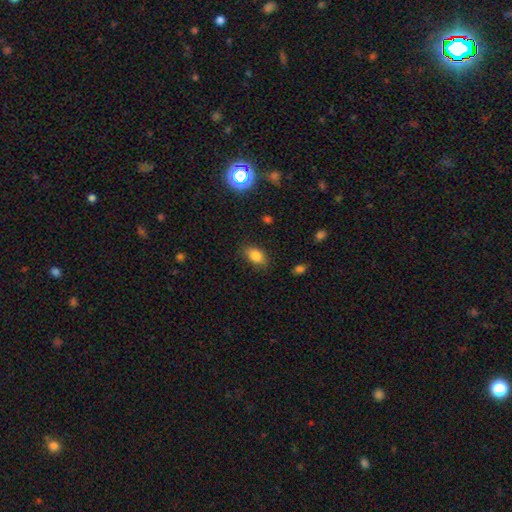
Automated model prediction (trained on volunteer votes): Morphology: type=smooth (82%); roundness=in between (84%); merging=none (82%).